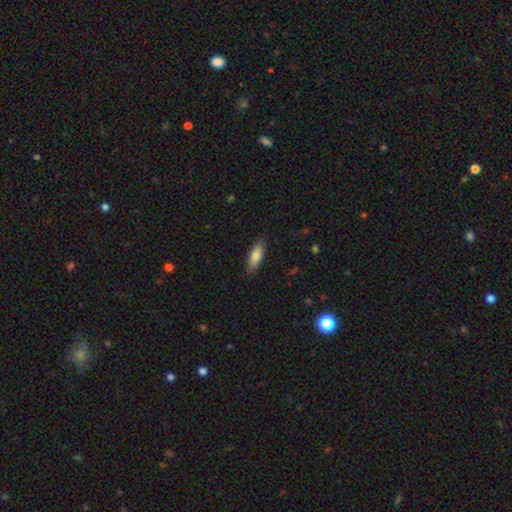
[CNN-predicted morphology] Overall: smooth (81%). How rounded: in between (67%; cigar-shaped 31%). Merging: none (85%).